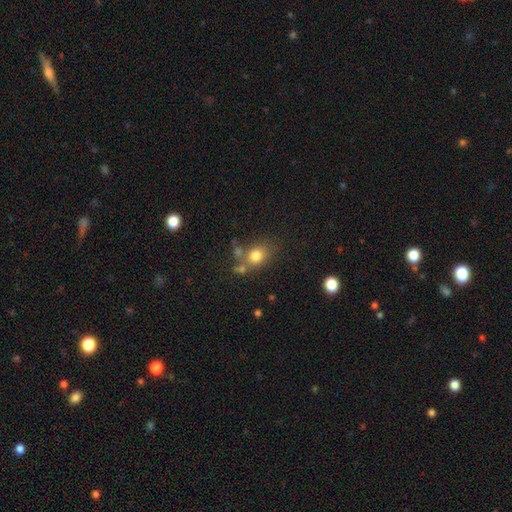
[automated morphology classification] Smooth or featured?
  - smooth: 78% *
  - star or artifact: 12%
  - featured or disk: 10%
How rounded?
  - round: 57% *
  - in between: 42%
  - cigar-shaped: 1%
Merging?
  - none: 55% *
  - merger: 21%
  - minor disturbance: 16%
  - major disturbance: 8%